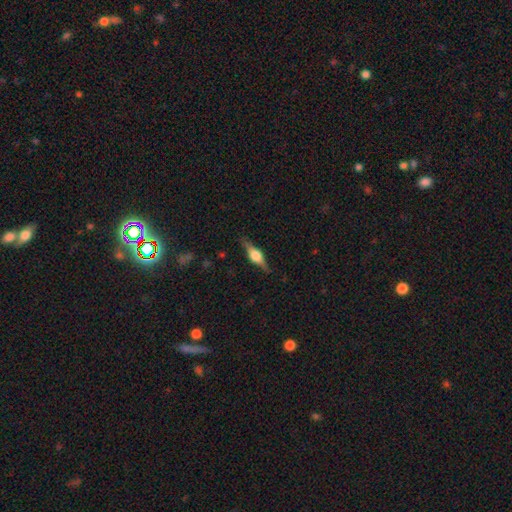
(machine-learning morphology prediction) smooth_or_featured: featured or disk (p=0.72) [alt: smooth p=0.21]
disk_edge_on: yes (p=0.97) [alt: no p=0.03]
edge_on_bulge: rounded (p=0.91) [alt: boxy p=0.07]
merging: none (p=0.87) [alt: minor disturbance p=0.10]